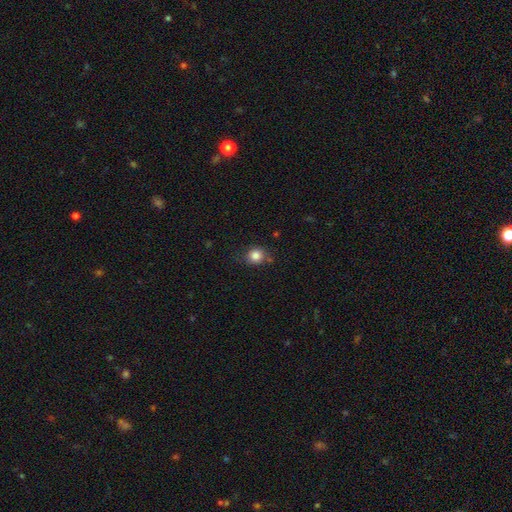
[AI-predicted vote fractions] This is clearly a smooth galaxy (84%). How rounded: clearly round (83%). Merging: likely none (78%).